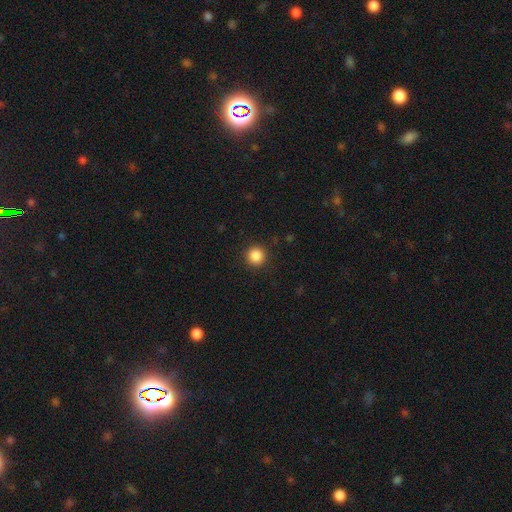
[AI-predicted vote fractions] Overall: smooth (87%). How rounded: round (95%). Merging: none (91%).